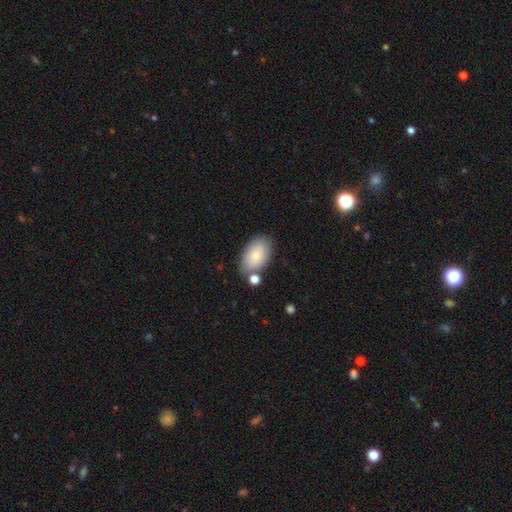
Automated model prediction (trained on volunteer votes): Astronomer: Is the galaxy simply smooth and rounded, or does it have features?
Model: smooth — 80%.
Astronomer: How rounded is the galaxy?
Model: in between — 93%.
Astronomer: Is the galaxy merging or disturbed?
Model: none — 71%.